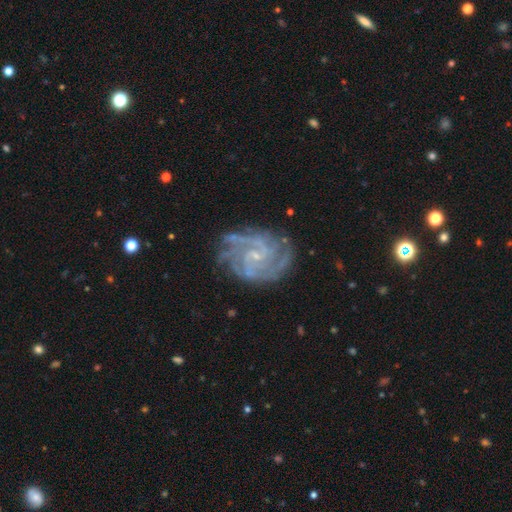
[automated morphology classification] Smooth or featured? Predicted: featured or disk (p=0.90). Edge-on disk? Predicted: no (p=0.98). Bar? Predicted: no (p=0.45). Spiral arms? Predicted: yes (p=0.98). Spiral winding? Predicted: tight (p=0.56). Spiral arm count? Predicted: 3 (p=0.26). Bulge size? Predicted: small (p=0.79). Merging? Predicted: none (p=0.74).